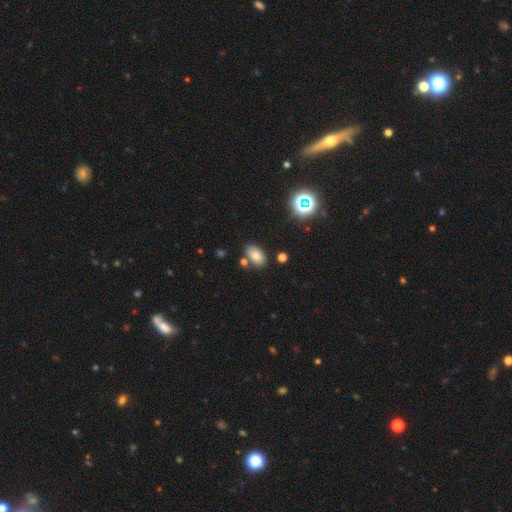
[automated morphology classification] A smooth galaxy with no disk features (77%) that is in between round and cigar-shaped (90%).

Vote fractions:
- Smooth or featured? smooth: 77% / star or artifact: 13% / featured or disk: 10%
- How rounded? in between: 90% / round: 8% / cigar-shaped: 2%
- Merging? none: 76% / minor disturbance: 11% / merger: 10% / major disturbance: 3%